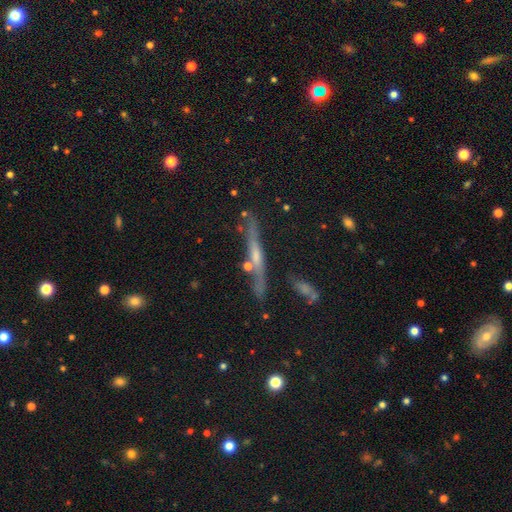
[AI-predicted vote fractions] Smooth or featured? featured or disk (59%)
Edge-on disk? yes (87%)
Edge-on bulge? rounded (58%)
Merging? none (70%)